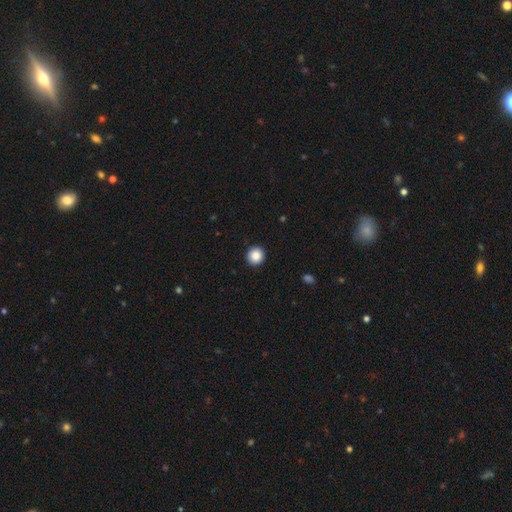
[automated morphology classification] smooth_or_featured: smooth (p=0.87) [alt: star or artifact p=0.09]
how_rounded: round (p=0.94) [alt: in between p=0.05]
merging: none (p=0.93) [alt: minor disturbance p=0.05]